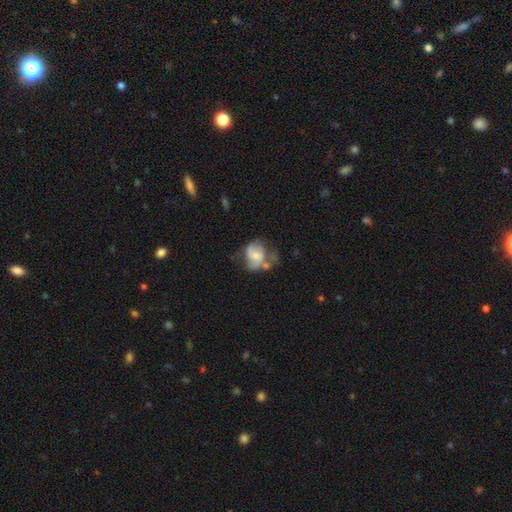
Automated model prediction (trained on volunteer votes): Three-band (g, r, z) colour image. It shows a featured or disk galaxy (61%) with no bar (58%), spiral arms (81%) and a small central bulge (42%). Merging: none (34%).